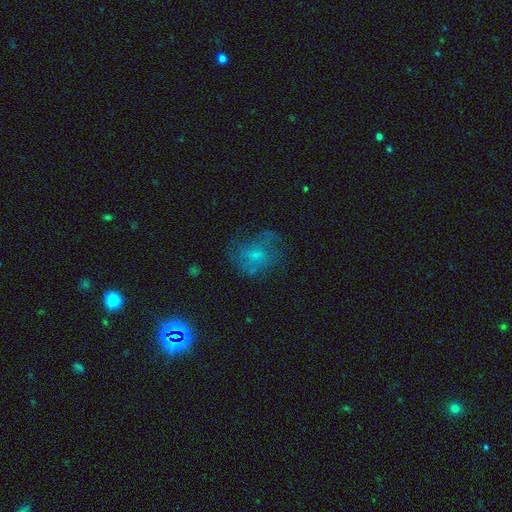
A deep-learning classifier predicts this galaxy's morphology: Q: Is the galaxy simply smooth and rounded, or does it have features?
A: smooth — 45%.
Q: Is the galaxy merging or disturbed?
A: none — 54%.